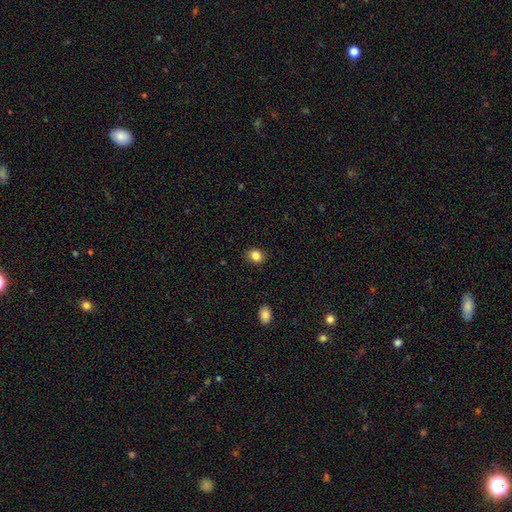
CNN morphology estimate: Smooth or featured? smooth (85%)
How rounded? round (54%)
Merging? none (88%)